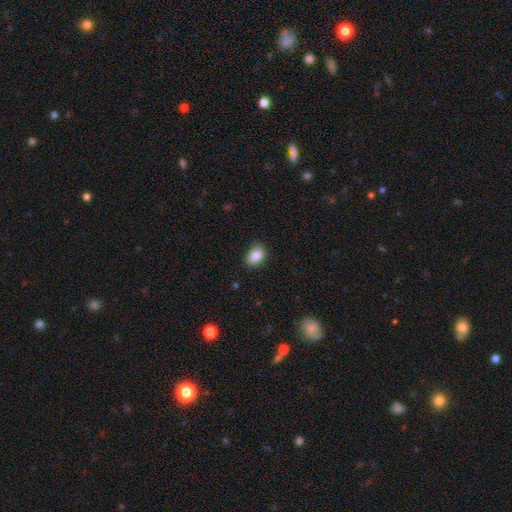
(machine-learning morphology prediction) Smooth or featured: smooth — 87% (star or artifact — 8%)
How rounded: in between — 76% (round — 23%)
Merging: none — 81% (minor disturbance — 15%)